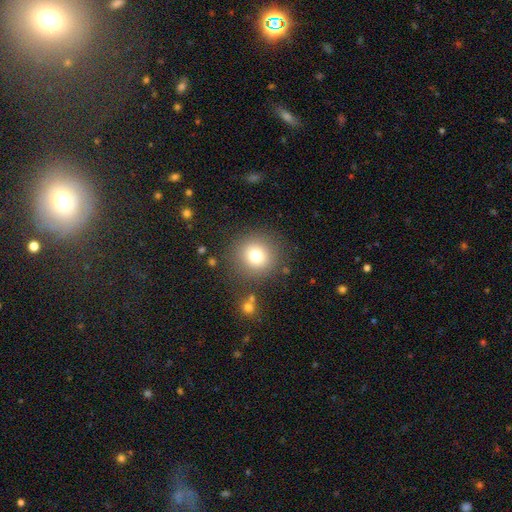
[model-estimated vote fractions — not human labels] smooth-or-featured: smooth: 75% | star or artifact: 14% | featured or disk: 11%
  how-rounded: round: 94% | in between: 5% | cigar-shaped: 1%
  merging: none: 85% | minor disturbance: 8% | major disturbance: 4% | merger: 3%